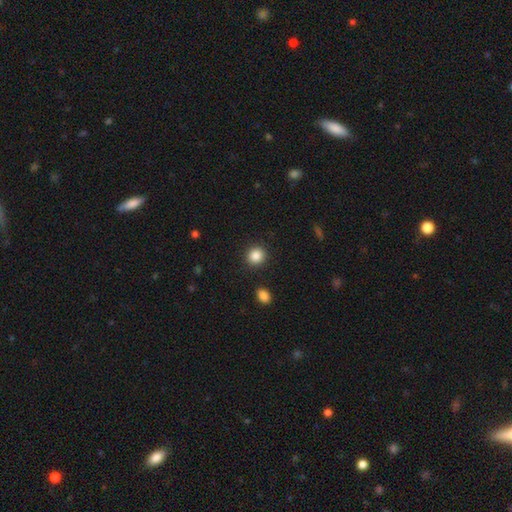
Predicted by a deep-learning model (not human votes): Smooth or featured? Predicted: smooth (p=0.86). How rounded? Predicted: round (p=0.88). Merging? Predicted: none (p=0.90).